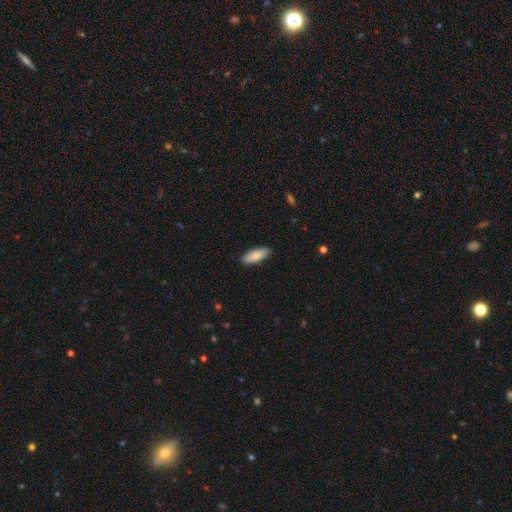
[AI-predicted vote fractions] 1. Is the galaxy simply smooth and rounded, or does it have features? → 85% smooth, 9% featured or disk, 6% star or artifact.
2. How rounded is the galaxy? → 68% in between, 30% cigar-shaped, 2% round.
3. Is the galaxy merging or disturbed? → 88% none, 10% minor disturbance, 2% major disturbance, 1% merger.